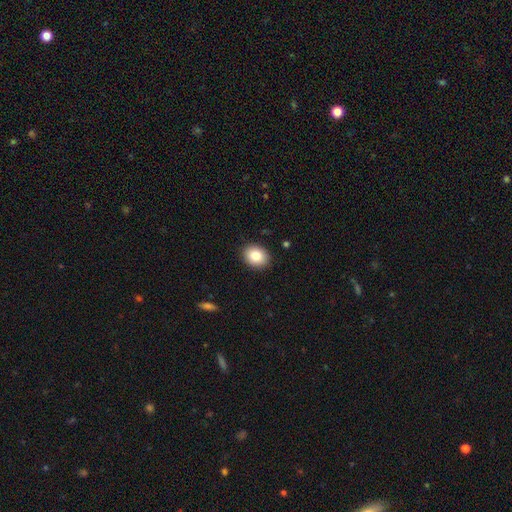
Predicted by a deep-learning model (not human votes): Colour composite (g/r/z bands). It shows a smooth galaxy with no disk features (84%) that is in between round and cigar-shaped (61%). Merging: none (90%).